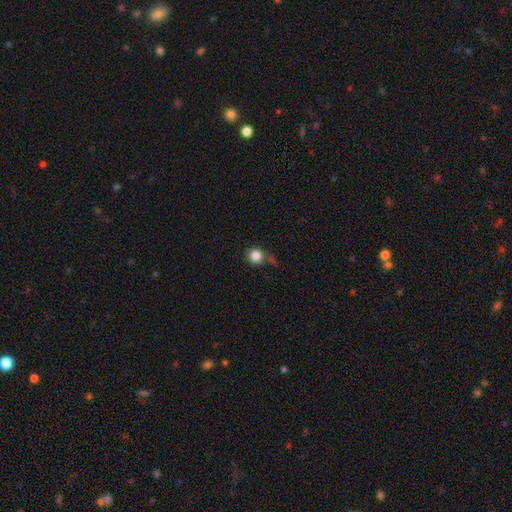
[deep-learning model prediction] Morphology: type=smooth (83%); roundness=round (91%); merging=none (58%).